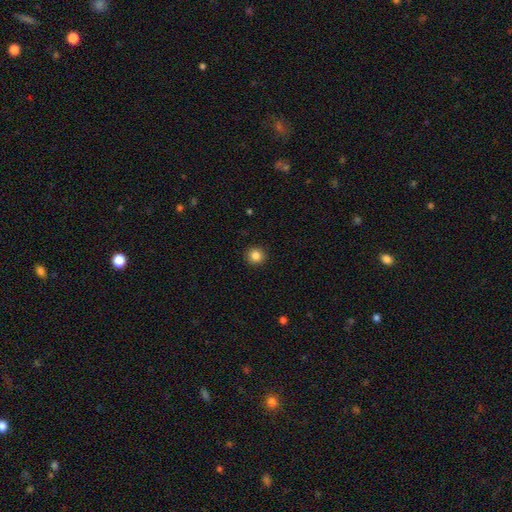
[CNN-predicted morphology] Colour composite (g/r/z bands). It shows a smooth galaxy with no disk features (85%) that is round (93%). Merging: none (92%).